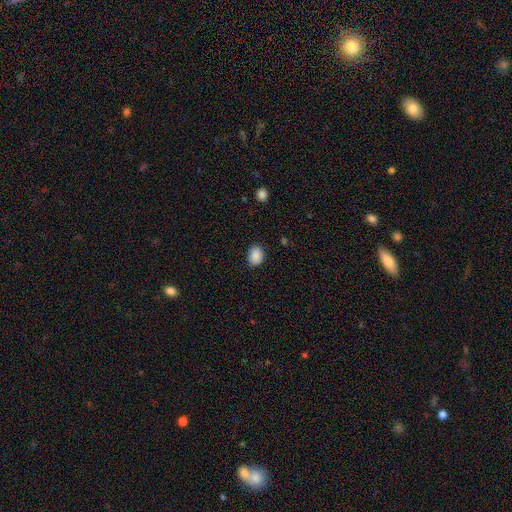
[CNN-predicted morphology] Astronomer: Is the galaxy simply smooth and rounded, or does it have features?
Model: smooth — 89%.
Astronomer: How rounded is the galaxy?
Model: in between — 66%.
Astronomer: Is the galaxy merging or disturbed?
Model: none — 84%.